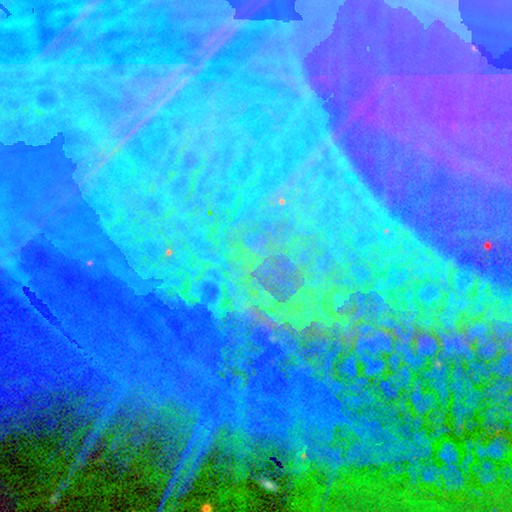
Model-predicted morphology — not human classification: star or artifact 83%, featured or disk 10%, smooth 8%.